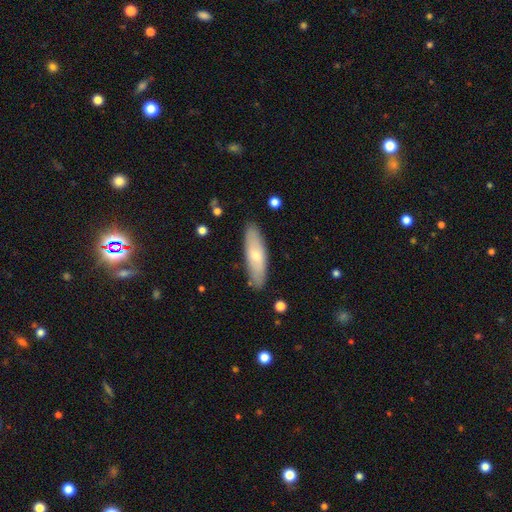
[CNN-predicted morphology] Q: Smooth or featured?
A: smooth (64%); runner-up: featured or disk (30%)
Q: How rounded?
A: cigar-shaped (56%); runner-up: in between (43%)
Q: Merging?
A: none (86%); runner-up: minor disturbance (11%)